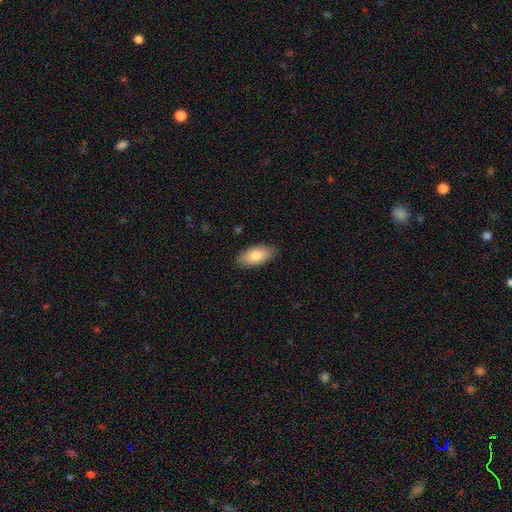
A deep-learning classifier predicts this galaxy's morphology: A smooth galaxy with no disk features (83%) that is in between round and cigar-shaped (92%). Merging: none (87%).